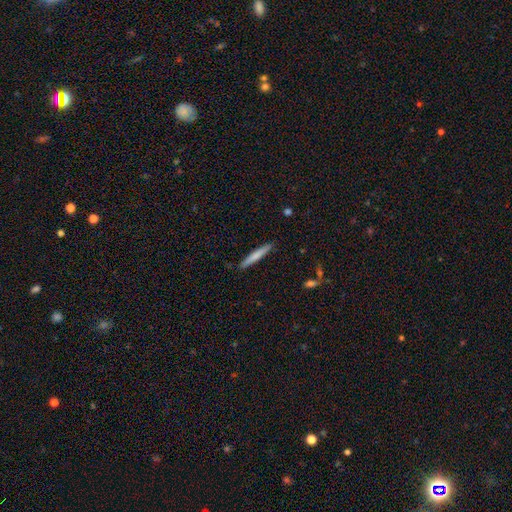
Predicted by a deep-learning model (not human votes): smooth 71%, featured or disk 24%, star or artifact 5%. Down the decision tree: how rounded — cigar-shaped (96%); merging — none (90%).